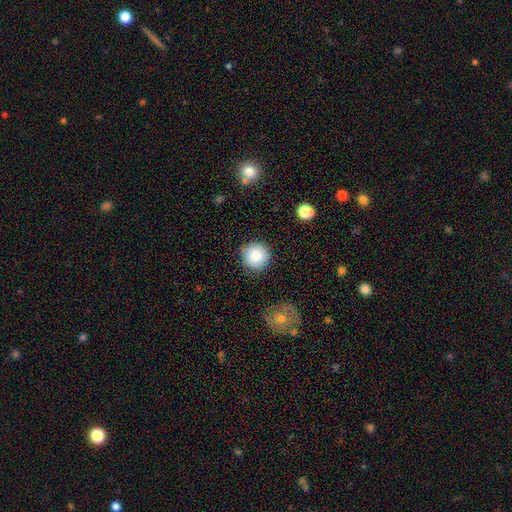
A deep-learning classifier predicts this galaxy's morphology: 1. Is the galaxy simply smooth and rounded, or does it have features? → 84% smooth, 9% star or artifact, 8% featured or disk.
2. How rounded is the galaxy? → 95% round, 4% in between, 1% cigar-shaped.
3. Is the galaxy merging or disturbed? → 86% none, 10% minor disturbance, 2% major disturbance, 2% merger.